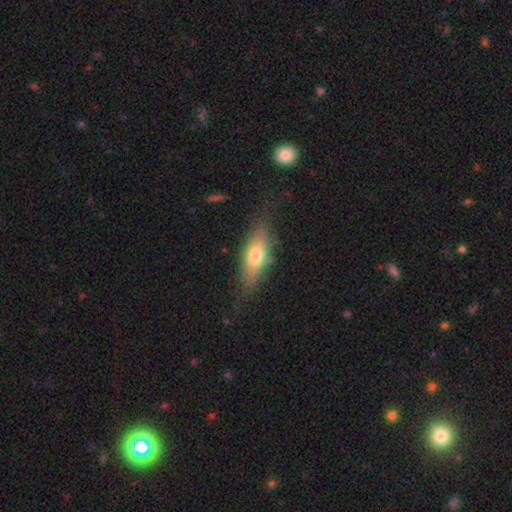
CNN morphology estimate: Q: Smooth or featured?
A: smooth (62%); runner-up: featured or disk (31%)
Q: How rounded?
A: in between (59%); runner-up: cigar-shaped (37%)
Q: Merging?
A: none (74%); runner-up: minor disturbance (18%)